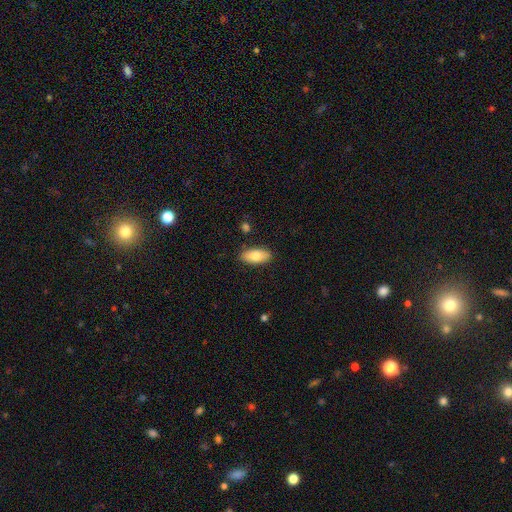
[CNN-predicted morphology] A smooth galaxy with no disk features (80%) that is in between round and cigar-shaped (88%).

Vote fractions:
- Smooth or featured? smooth: 80% / featured or disk: 14% / star or artifact: 6%
- How rounded? in between: 88% / cigar-shaped: 9% / round: 3%
- Merging? none: 87% / minor disturbance: 9% / major disturbance: 2% / merger: 2%